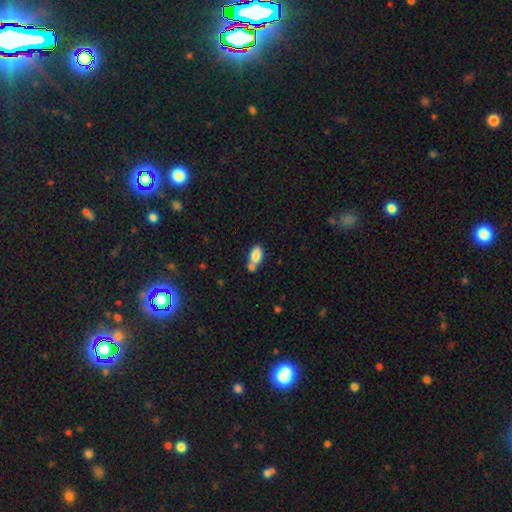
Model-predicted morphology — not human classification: Smooth or featured? smooth (84%)
How rounded? in between (90%)
Merging? none (48%)